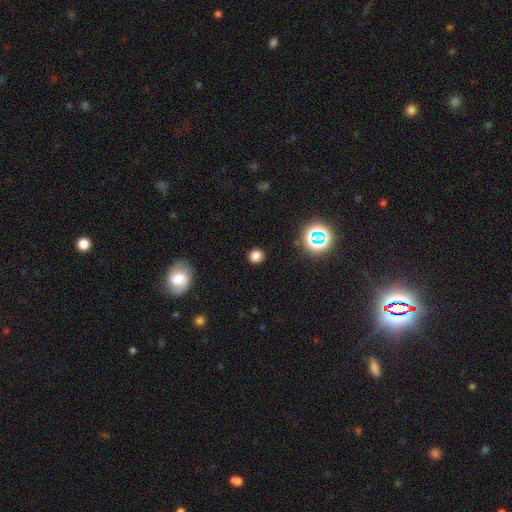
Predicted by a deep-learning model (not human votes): Smooth or featured: smooth — 76% (star or artifact — 19%)
How rounded: round — 87% (in between — 11%)
Merging: none — 89% (minor disturbance — 7%)